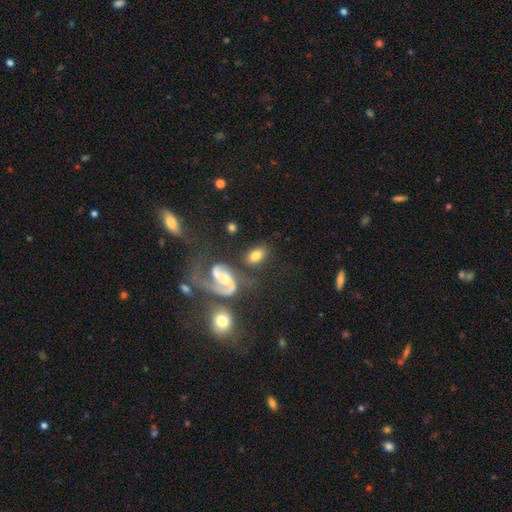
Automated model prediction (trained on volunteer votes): smooth-or-featured: smooth: 65% | featured or disk: 28% | star or artifact: 8%
  how-rounded: in between: 86% | round: 11% | cigar-shaped: 3%
  merging: none: 59% | merger: 16% | minor disturbance: 15% | major disturbance: 10%